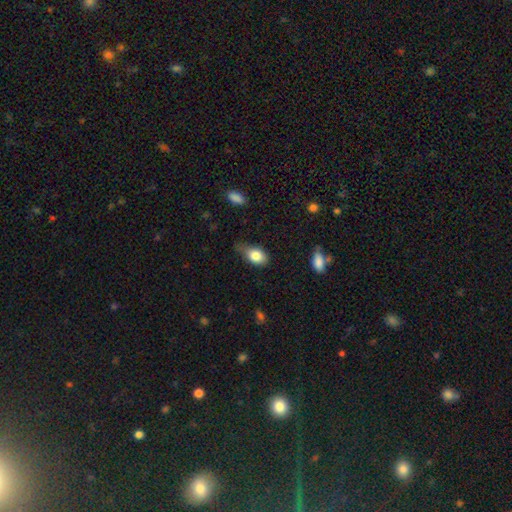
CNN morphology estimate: Smooth or featured: smooth — 82% (featured or disk — 10%)
How rounded: in between — 82% (round — 16%)
Merging: minor disturbance — 43% (none — 42%)